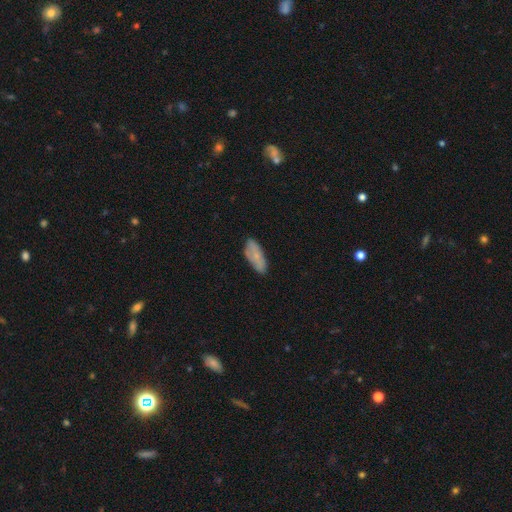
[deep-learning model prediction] Q: Smooth or featured?
A: smooth (70%); runner-up: featured or disk (23%)
Q: How rounded?
A: in between (77%); runner-up: cigar-shaped (21%)
Q: Merging?
A: none (78%); runner-up: minor disturbance (18%)